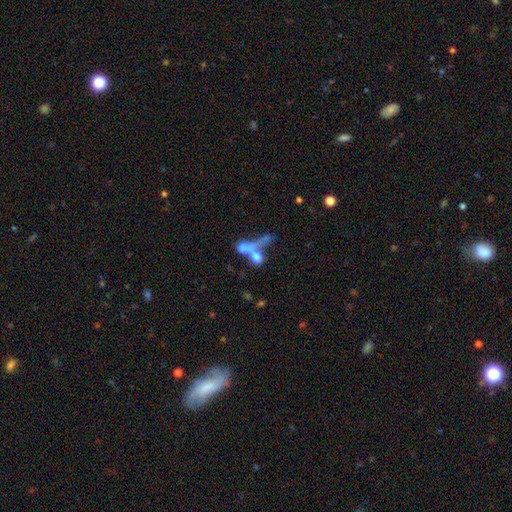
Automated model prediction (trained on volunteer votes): Morphology: type=smooth (59%); roundness=in between (44%); merging=merger (58%).